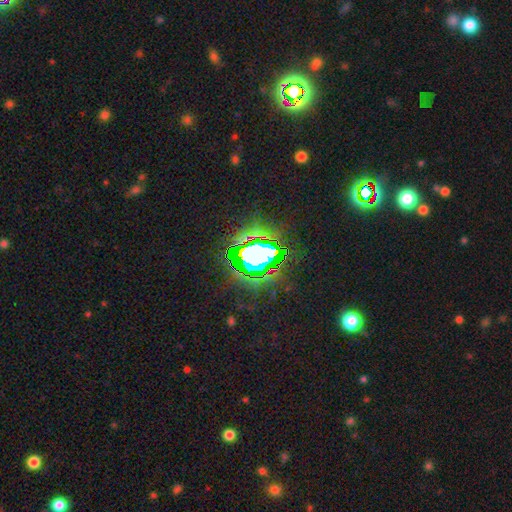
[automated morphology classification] This appears to be a star or artifact, not a galaxy (71%).